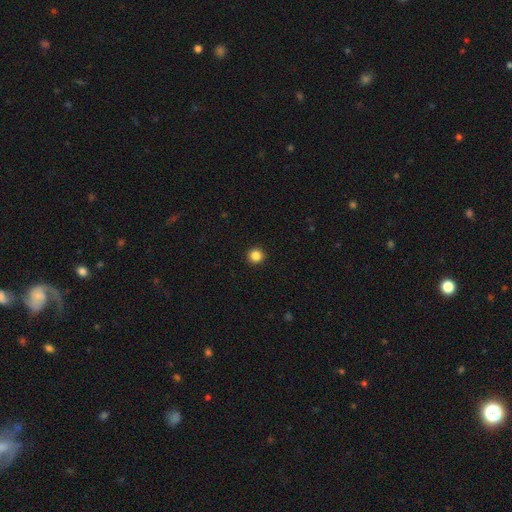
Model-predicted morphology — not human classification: Smooth or featured?
  - smooth: 86% *
  - star or artifact: 11%
  - featured or disk: 3%
How rounded?
  - round: 96% *
  - in between: 3%
  - cigar-shaped: 1%
Merging?
  - none: 94% *
  - minor disturbance: 4%
  - major disturbance: 1%
  - merger: 1%